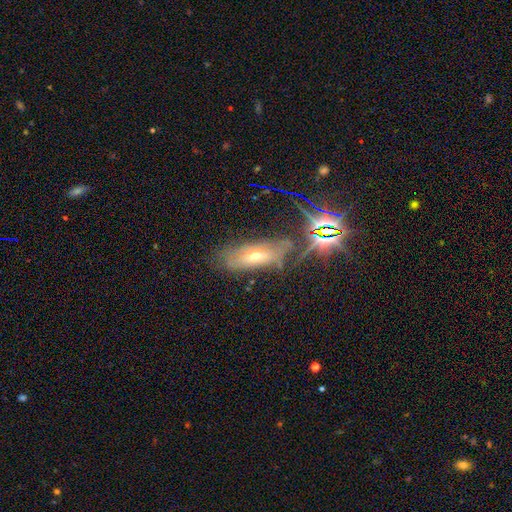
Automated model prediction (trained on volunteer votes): Smooth or featured? featured or disk (45%)
Merging? none (65%)